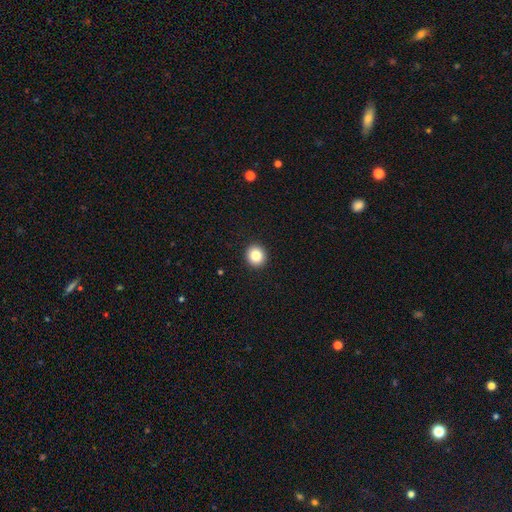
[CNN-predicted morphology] smooth-or-featured: smooth: 84% | star or artifact: 10% | featured or disk: 6%
  how-rounded: round: 87% | in between: 12% | cigar-shaped: 1%
  merging: none: 93% | minor disturbance: 5% | major disturbance: 2% | merger: 1%